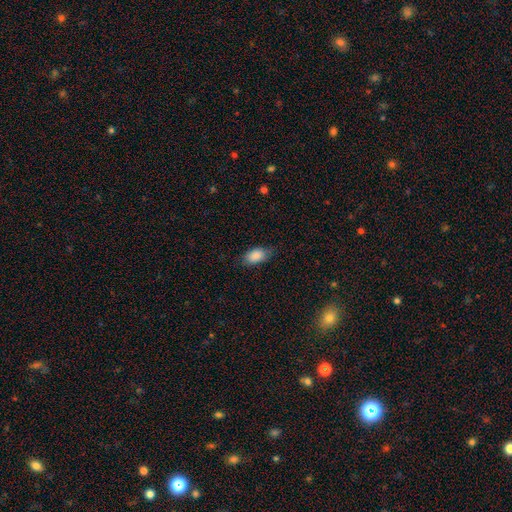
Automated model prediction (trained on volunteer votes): Morphology: type=smooth (87%); roundness=in between (92%); merging=none (74%).